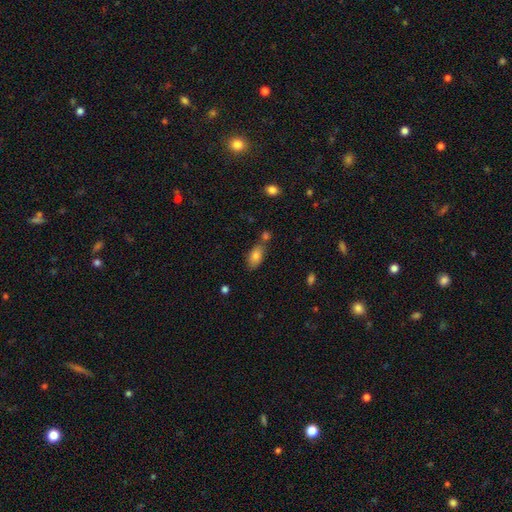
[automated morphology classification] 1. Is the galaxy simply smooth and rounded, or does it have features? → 82% smooth, 10% featured or disk, 8% star or artifact.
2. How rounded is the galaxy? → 90% in between, 5% cigar-shaped, 5% round.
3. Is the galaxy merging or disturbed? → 63% none, 18% merger, 16% minor disturbance, 4% major disturbance.